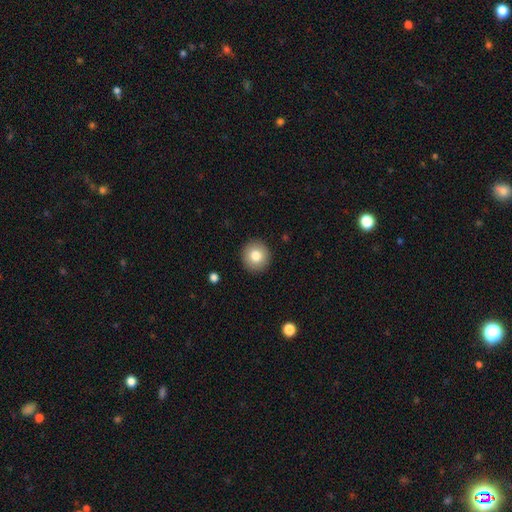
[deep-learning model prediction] Morphology: type=smooth (80%); roundness=round (92%); merging=none (92%).